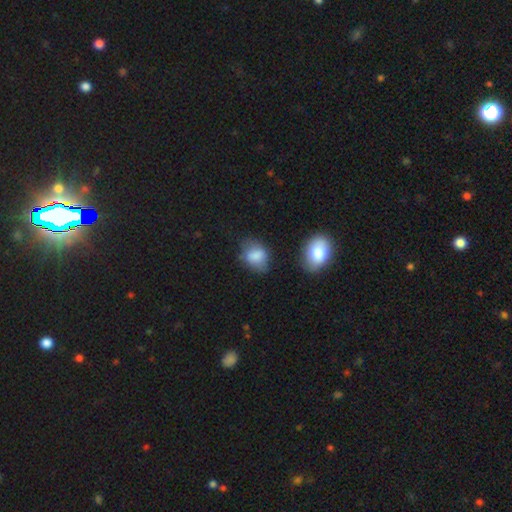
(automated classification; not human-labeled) smooth_or_featured: smooth (p=0.80) [alt: featured or disk p=0.11]
how_rounded: in between (p=0.64) [alt: round p=0.35]
merging: none (p=0.51) [alt: minor disturbance p=0.32]